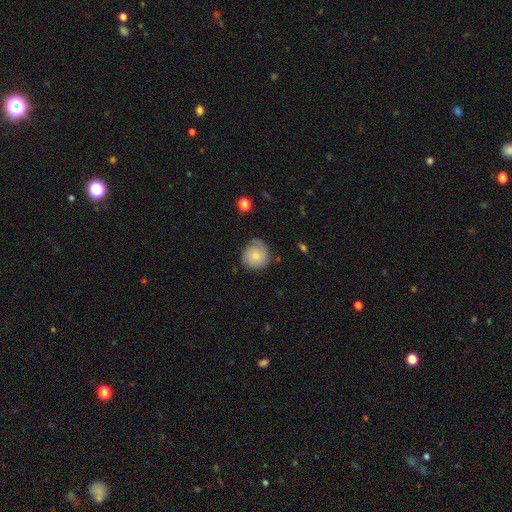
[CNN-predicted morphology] The model was most divided on "smooth or featured": smooth: 53%, featured or disk: 39%, star or artifact: 7%. More confident: how rounded — round (89%); merging — none (71%).